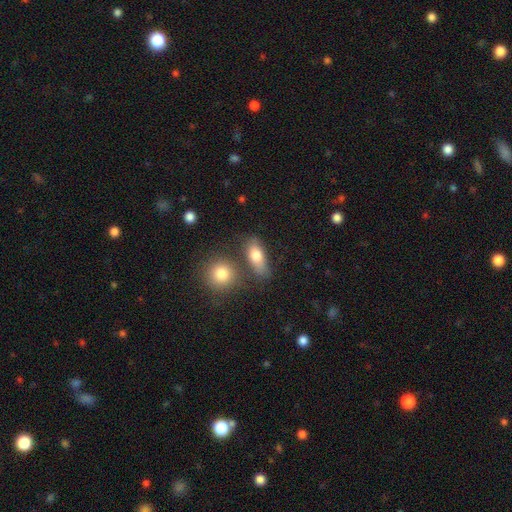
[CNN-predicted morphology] A smooth galaxy with no disk features (76%) that is in between round and cigar-shaped (76%). Merging: none (59%).